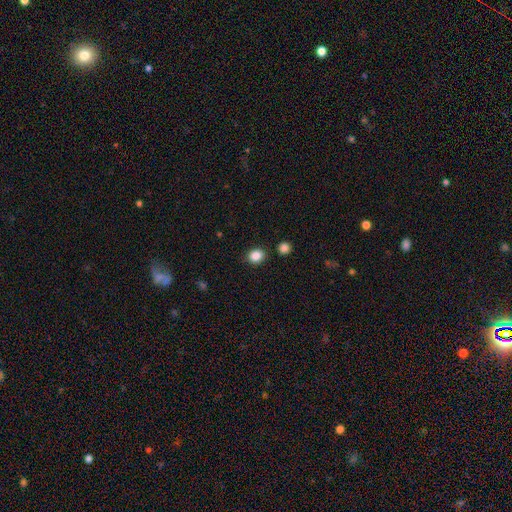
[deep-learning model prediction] Smooth or featured: smooth — 87% (star or artifact — 10%)
How rounded: round — 62% (in between — 37%)
Merging: none — 86% (minor disturbance — 8%)